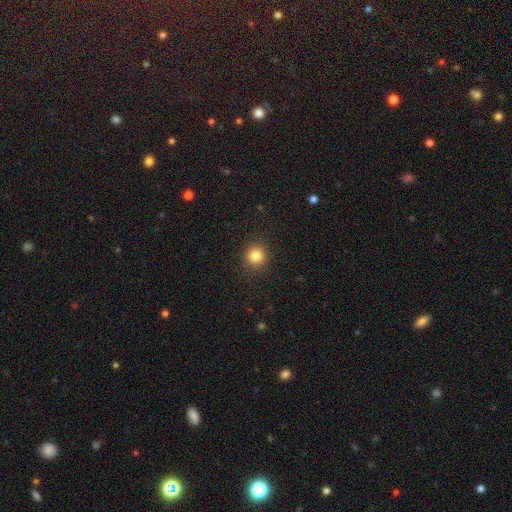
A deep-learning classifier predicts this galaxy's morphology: Smooth or featured?
  - smooth: 83% *
  - star or artifact: 12%
  - featured or disk: 5%
How rounded?
  - round: 93% *
  - in between: 6%
  - cigar-shaped: 1%
Merging?
  - none: 91% *
  - minor disturbance: 6%
  - major disturbance: 2%
  - merger: 1%